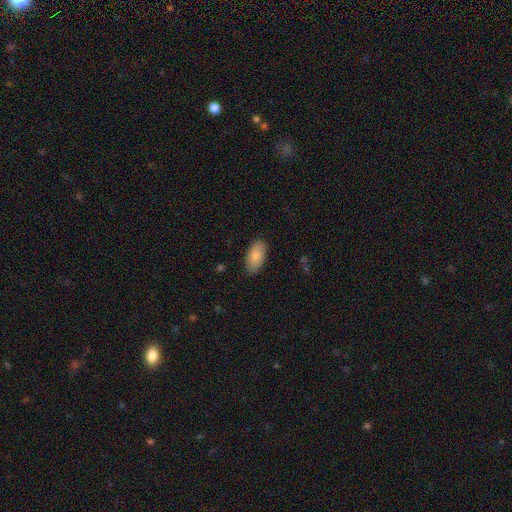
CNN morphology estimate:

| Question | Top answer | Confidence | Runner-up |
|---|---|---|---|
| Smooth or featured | smooth | 83% | featured or disk (11%) |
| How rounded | in between | 94% | cigar-shaped (3%) |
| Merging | none | 86% | minor disturbance (11%) |